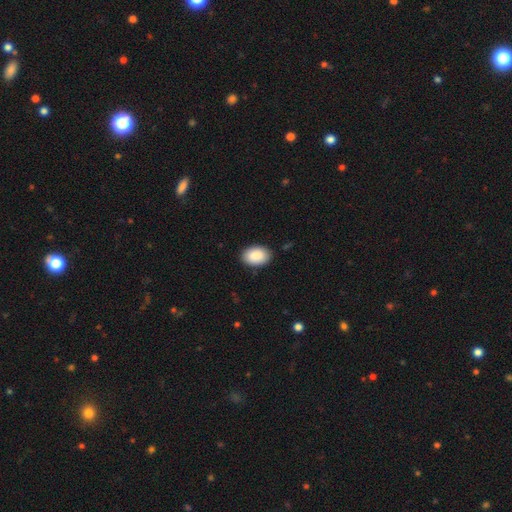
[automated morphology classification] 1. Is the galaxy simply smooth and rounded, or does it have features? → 90% smooth, 6% star or artifact, 4% featured or disk.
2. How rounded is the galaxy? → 91% in between, 8% round, 1% cigar-shaped.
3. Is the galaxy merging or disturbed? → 88% none, 9% minor disturbance, 2% major disturbance, 1% merger.